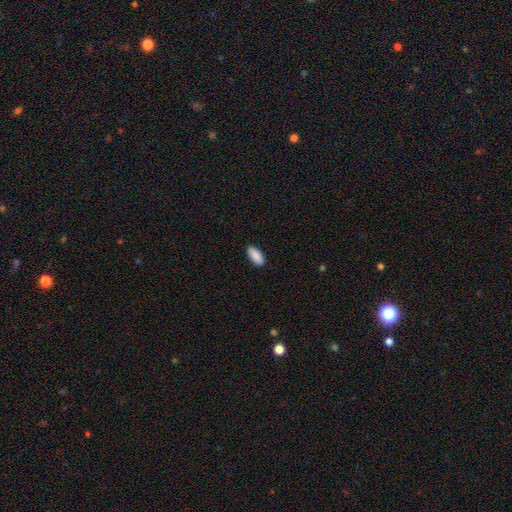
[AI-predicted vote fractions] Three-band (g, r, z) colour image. It shows a smooth galaxy with no disk features (90%) that is in between round and cigar-shaped (87%). Merging: none (89%).